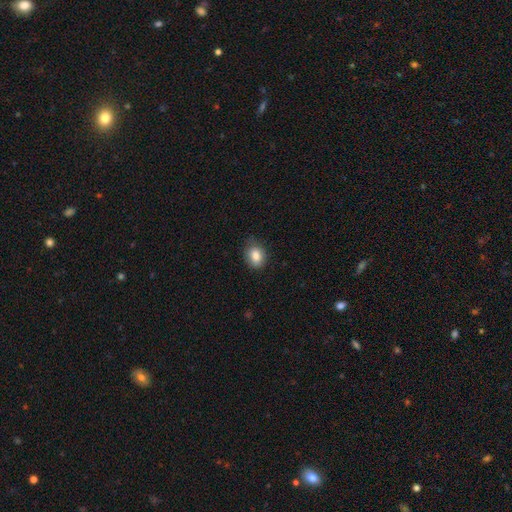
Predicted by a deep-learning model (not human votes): This is clearly a smooth galaxy (85%). How rounded: likely in between (66%). Merging: likely none (72%).